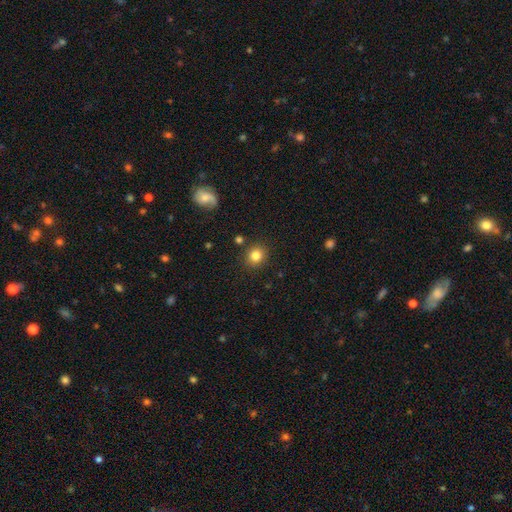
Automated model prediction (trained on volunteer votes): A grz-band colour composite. It shows a smooth galaxy with no disk features (83%) that is round (81%). Merging: none (87%).